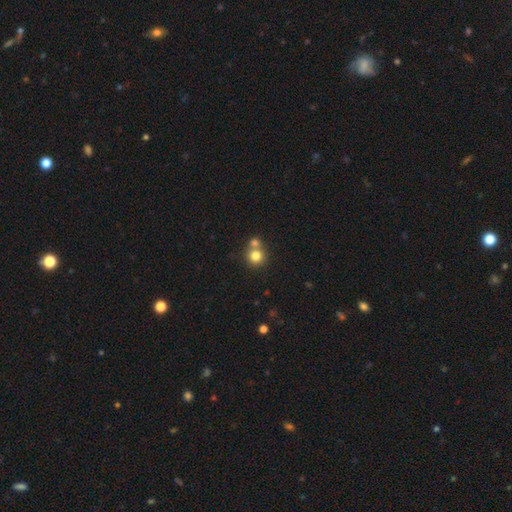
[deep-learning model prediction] This is likely a smooth galaxy (79%). How rounded: clearly round (91%). Merging: possibly none (52%).